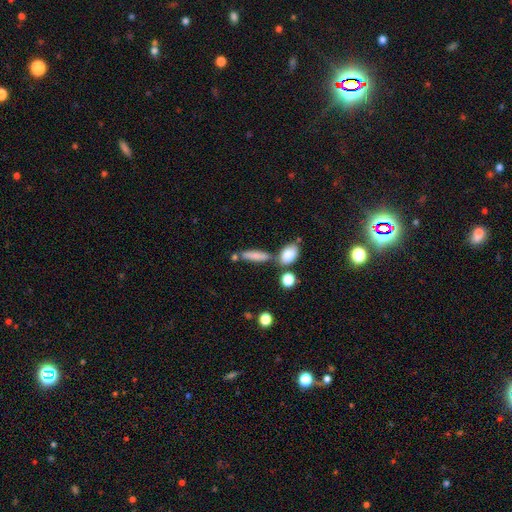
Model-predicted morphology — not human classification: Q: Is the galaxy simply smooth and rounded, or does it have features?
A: smooth — 78%.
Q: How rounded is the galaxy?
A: cigar-shaped — 63%.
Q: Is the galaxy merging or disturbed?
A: none — 64%.